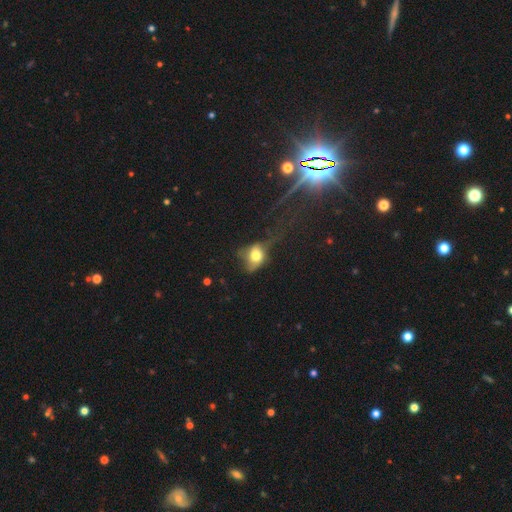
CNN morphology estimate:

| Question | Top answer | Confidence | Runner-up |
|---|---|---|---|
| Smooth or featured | smooth | 59% | featured or disk (29%) |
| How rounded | in between | 57% | round (40%) |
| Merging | major disturbance | 39% | minor disturbance (28%) |